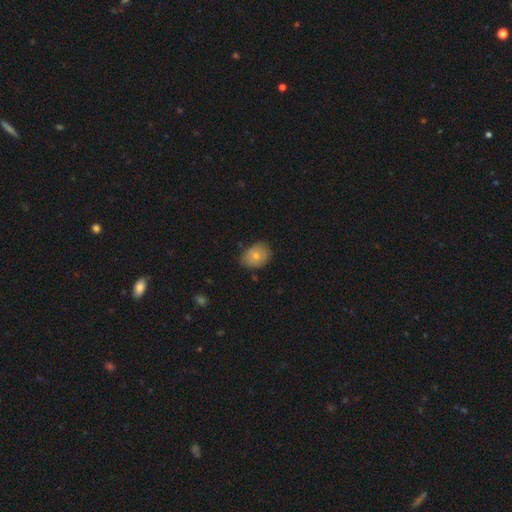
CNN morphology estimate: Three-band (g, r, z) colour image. It shows a smooth galaxy with no disk features (76%) that is in between round and cigar-shaped (65%). Merging: none (74%).